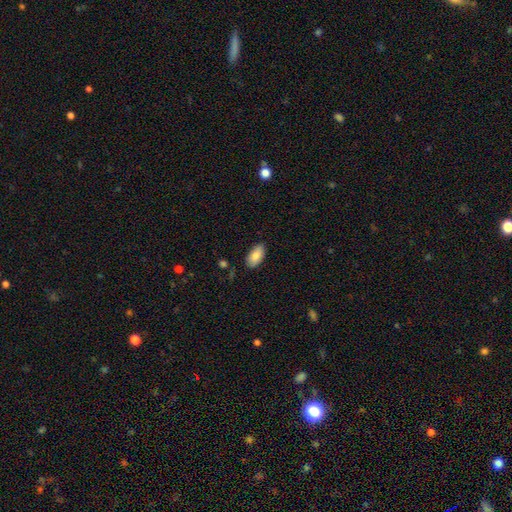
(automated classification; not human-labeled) smooth_or_featured: smooth (p=0.87) [alt: featured or disk p=0.07]
how_rounded: in between (p=0.93) [alt: cigar-shaped p=0.05]
merging: none (p=0.84) [alt: minor disturbance p=0.12]